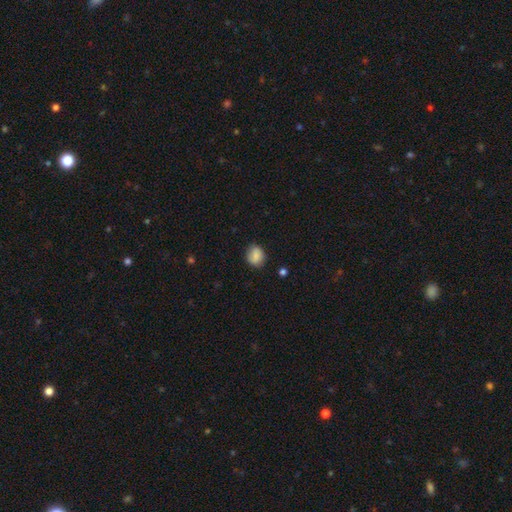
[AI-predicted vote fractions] Smooth or featured?
  - smooth: 84% *
  - star or artifact: 8%
  - featured or disk: 8%
How rounded?
  - round: 65% *
  - in between: 34%
  - cigar-shaped: 1%
Merging?
  - none: 81% *
  - minor disturbance: 14%
  - major disturbance: 3%
  - merger: 2%